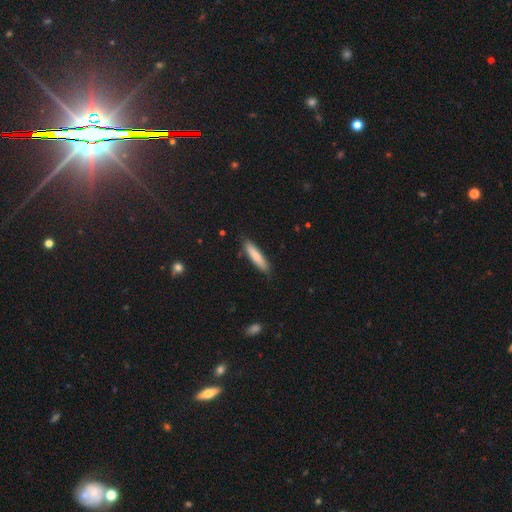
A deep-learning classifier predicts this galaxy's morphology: A smooth galaxy with no disk features (79%) that is cigar-shaped (80%).

Vote fractions:
- Smooth or featured? smooth: 79% / featured or disk: 15% / star or artifact: 5%
- How rounded? cigar-shaped: 80% / in between: 18% / round: 1%
- Merging? none: 86% / minor disturbance: 11% / major disturbance: 2% / merger: 1%